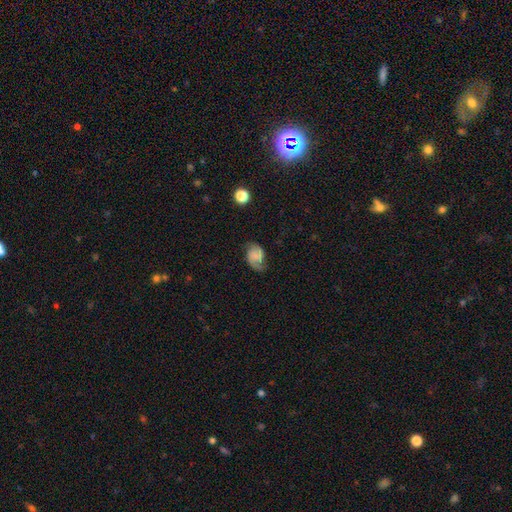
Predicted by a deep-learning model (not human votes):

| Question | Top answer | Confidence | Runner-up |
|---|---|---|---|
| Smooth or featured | featured or disk | 57% | smooth (33%) |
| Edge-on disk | no | 98% | yes (2%) |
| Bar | no | 56% | weak (34%) |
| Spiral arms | yes | 92% | no (8%) |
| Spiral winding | medium | 43% | loose (36%) |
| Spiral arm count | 2 | 83% | 1 (9%) |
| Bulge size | none | 61% | small (21%) |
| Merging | none | 64% | minor disturbance (23%) |